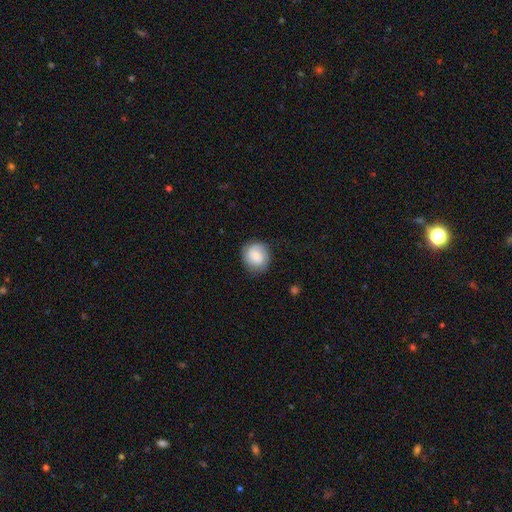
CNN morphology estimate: The model was most divided on "smooth or featured": smooth: 59%, featured or disk: 33%, star or artifact: 8%. More confident: how rounded — round (79%); merging — none (79%).